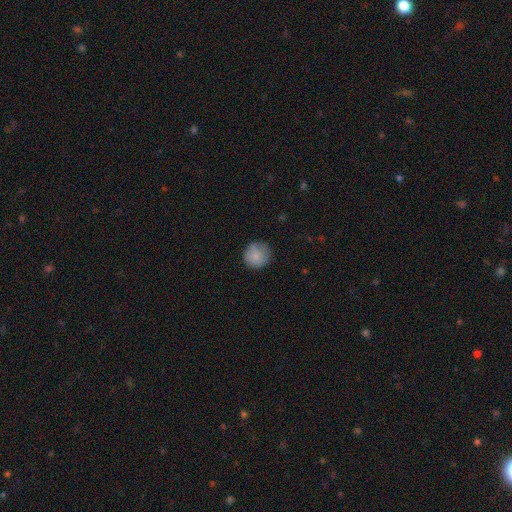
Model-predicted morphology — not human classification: Smooth or featured? smooth (84%)
How rounded? round (92%)
Merging? none (79%)